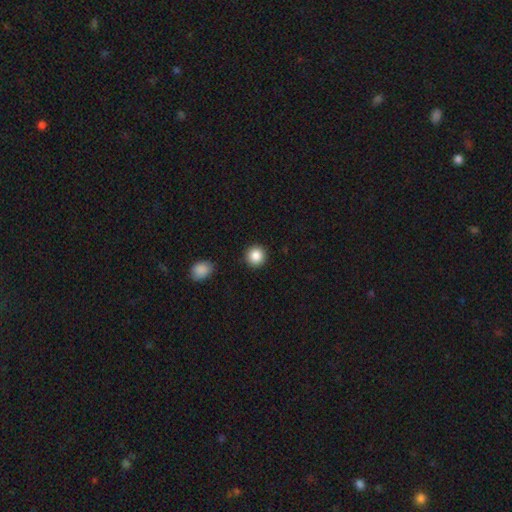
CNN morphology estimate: smooth-or-featured: smooth: 87% | star or artifact: 9% | featured or disk: 4%
  how-rounded: round: 93% | in between: 6% | cigar-shaped: 1%
  merging: none: 91% | minor disturbance: 6% | major disturbance: 2% | merger: 2%